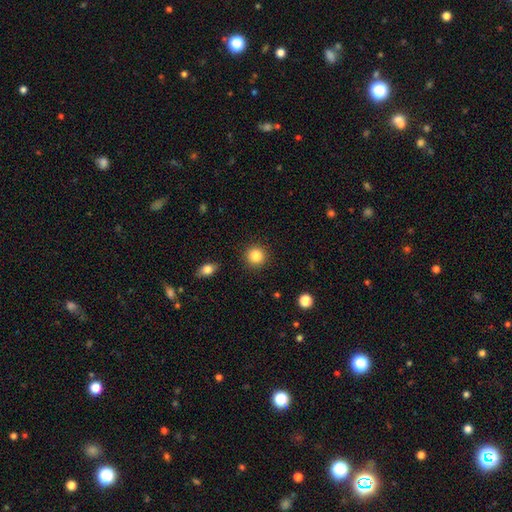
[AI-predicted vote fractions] Q: Smooth or featured?
A: smooth (85%); runner-up: star or artifact (10%)
Q: How rounded?
A: round (94%); runner-up: in between (5%)
Q: Merging?
A: none (91%); runner-up: minor disturbance (5%)